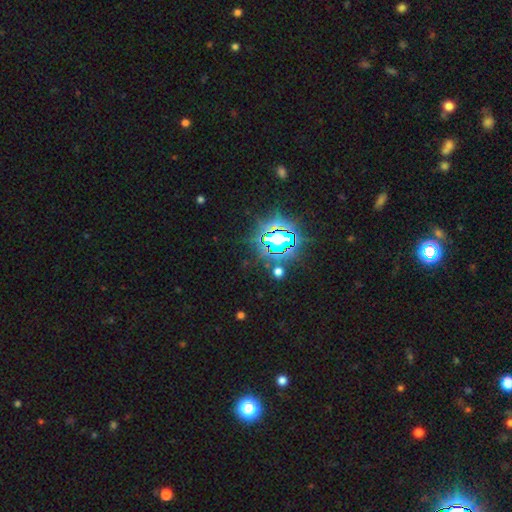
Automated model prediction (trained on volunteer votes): A star or artifact, not a galaxy (81%).